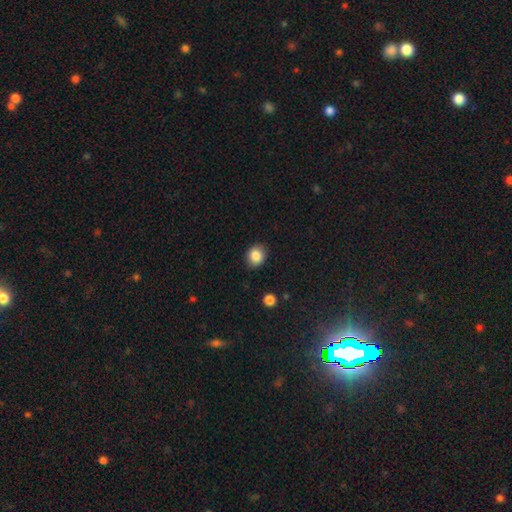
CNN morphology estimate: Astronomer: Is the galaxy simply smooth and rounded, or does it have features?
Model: smooth — 86%.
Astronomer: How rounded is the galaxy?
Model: round — 66%.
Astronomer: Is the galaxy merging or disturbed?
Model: none — 87%.